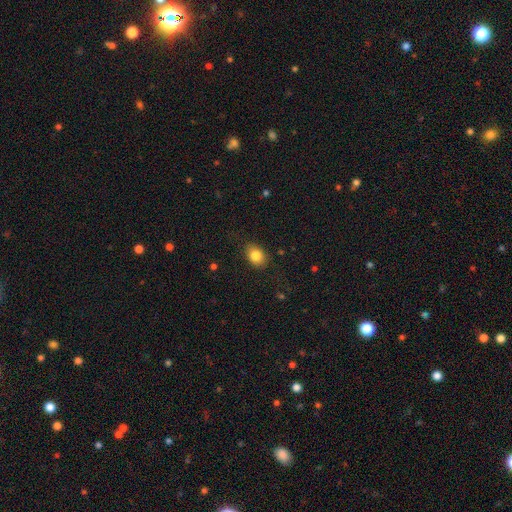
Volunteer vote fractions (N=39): Morphology: type=smooth (82%); roundness=in between (84%); merging=none (92%).